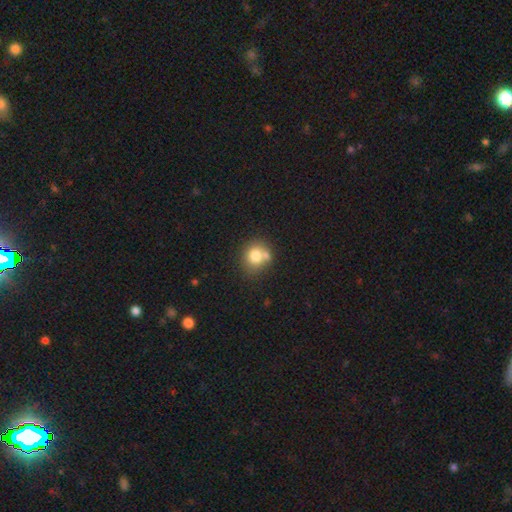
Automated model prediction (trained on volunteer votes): This is likely a smooth galaxy (76%). How rounded: likely round (73%). Merging: possibly none (50%).